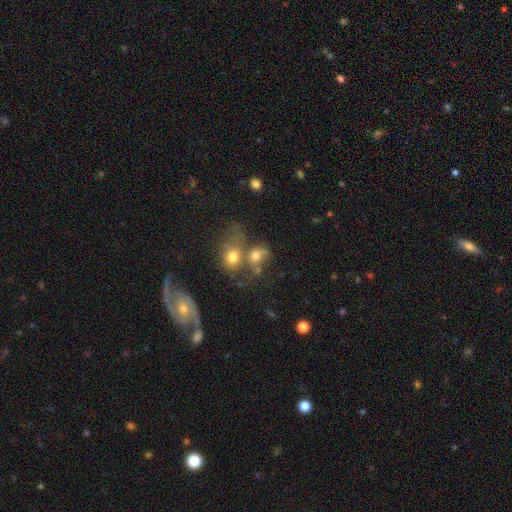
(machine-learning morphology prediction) Smooth or featured? smooth (71%)
How rounded? in between (57%)
Merging? merger (57%)